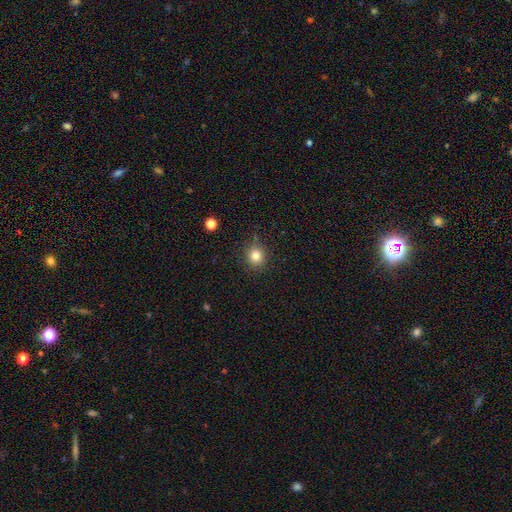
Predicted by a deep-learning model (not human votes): Smooth or featured? Predicted: smooth (p=0.81). How rounded? Predicted: round (p=0.88). Merging? Predicted: none (p=0.85).